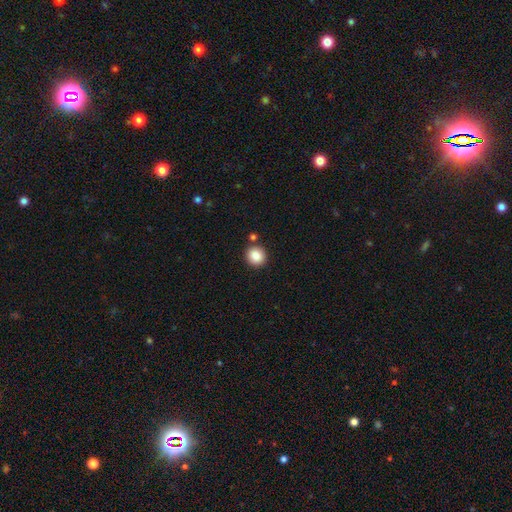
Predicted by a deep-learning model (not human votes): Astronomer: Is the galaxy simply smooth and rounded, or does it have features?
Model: smooth — 86%.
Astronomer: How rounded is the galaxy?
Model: round — 88%.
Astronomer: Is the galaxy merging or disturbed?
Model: none — 85%.